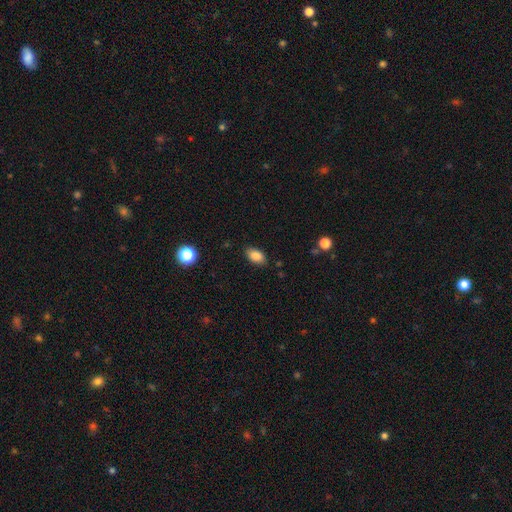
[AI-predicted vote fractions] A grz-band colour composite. It shows a smooth galaxy with no disk features (85%) that is in between round and cigar-shaped (90%). Merging: none (84%).